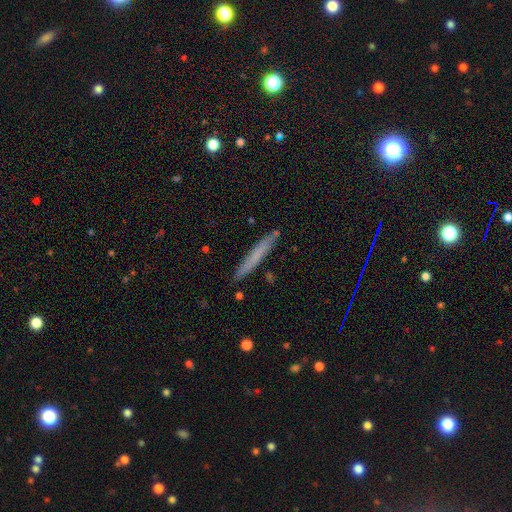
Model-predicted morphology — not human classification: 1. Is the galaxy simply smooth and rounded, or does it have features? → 65% smooth, 28% featured or disk, 7% star or artifact.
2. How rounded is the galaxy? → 96% cigar-shaped, 3% in between, 1% round.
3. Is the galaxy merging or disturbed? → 89% none, 8% minor disturbance, 2% merger, 1% major disturbance.